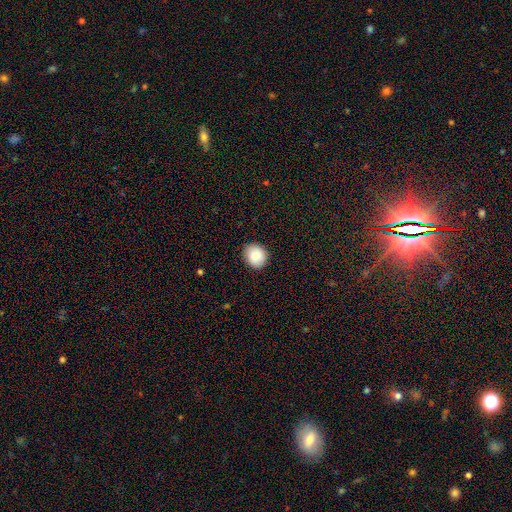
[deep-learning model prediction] Smooth or featured: smooth — 87% (star or artifact — 8%)
How rounded: round — 75% (in between — 24%)
Merging: none — 88% (minor disturbance — 9%)